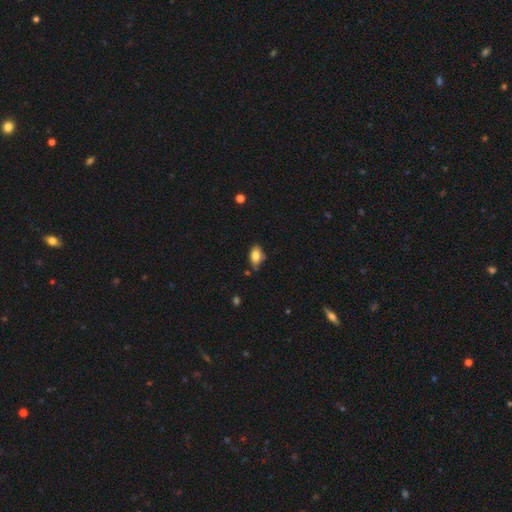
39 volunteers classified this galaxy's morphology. This appears to be a smooth galaxy with no disk features (82%) that is in between round and cigar-shaped (81%). Merging: none (46%).